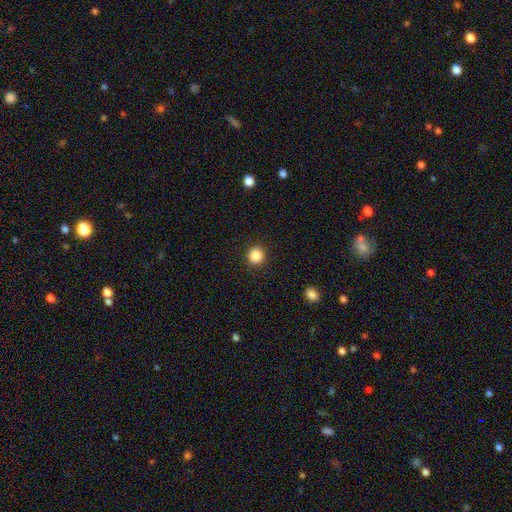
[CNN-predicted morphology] This appears to be a smooth galaxy with no disk features (87%) that is round (93%). Merging: none (91%).